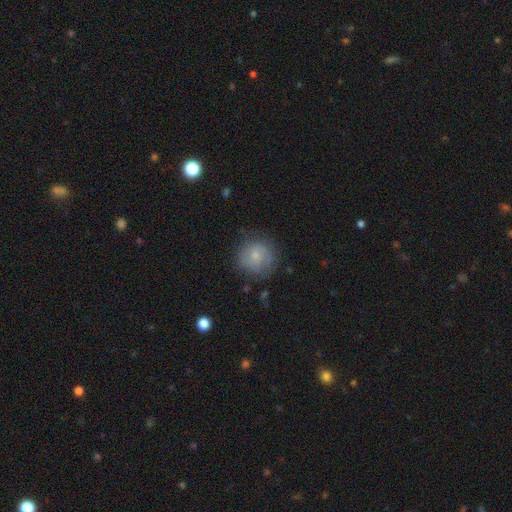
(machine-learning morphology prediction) This is likely a smooth galaxy (65%). How rounded: clearly round (90%). Merging: likely none (74%).